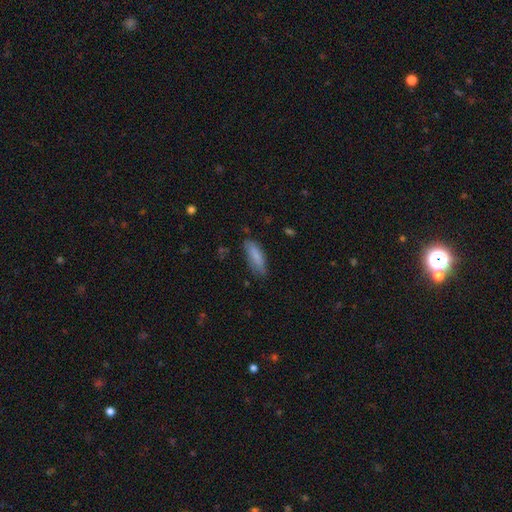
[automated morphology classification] A smooth galaxy with no disk features (81%) that is in between round and cigar-shaped (53%).

Vote fractions:
- Smooth or featured? smooth: 81% / featured or disk: 12% / star or artifact: 6%
- How rounded? in between: 53% / cigar-shaped: 46% / round: 2%
- Merging? none: 72% / minor disturbance: 22% / major disturbance: 4% / merger: 2%